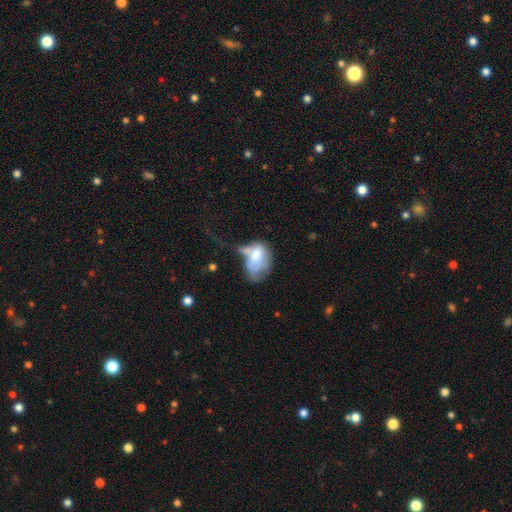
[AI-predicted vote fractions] smooth-or-featured: smooth: 56% | featured or disk: 35% | star or artifact: 9%
  how-rounded: in between: 82% | round: 16% | cigar-shaped: 2%
  merging: major disturbance: 39% | merger: 27% | minor disturbance: 20% | none: 15%